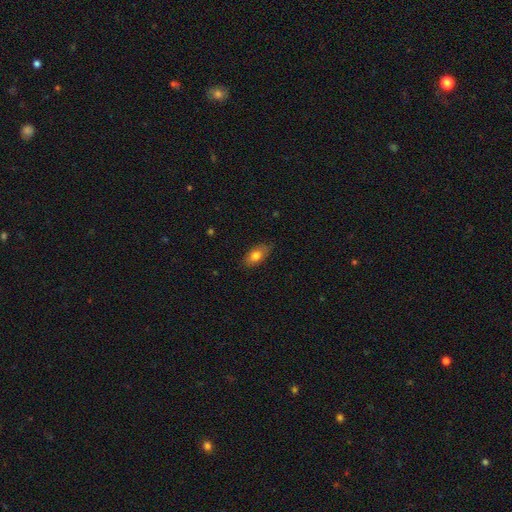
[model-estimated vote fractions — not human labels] The model was most divided on "smooth or featured": smooth: 75%, featured or disk: 17%, star or artifact: 7%. More confident: how rounded — in between (90%); merging — none (81%).